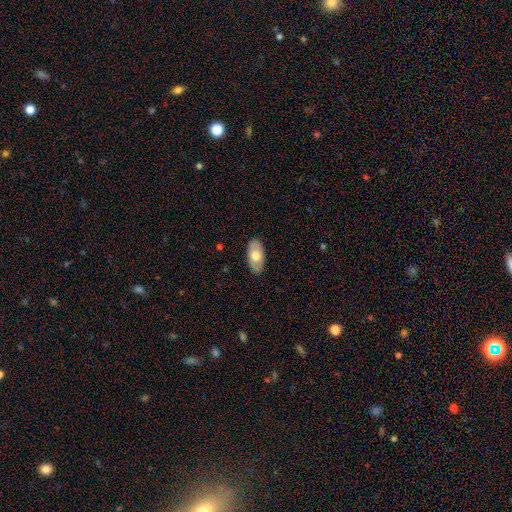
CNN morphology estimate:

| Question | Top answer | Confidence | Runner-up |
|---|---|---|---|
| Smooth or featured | smooth | 65% | featured or disk (30%) |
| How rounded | in between | 94% | round (3%) |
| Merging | none | 86% | minor disturbance (11%) |